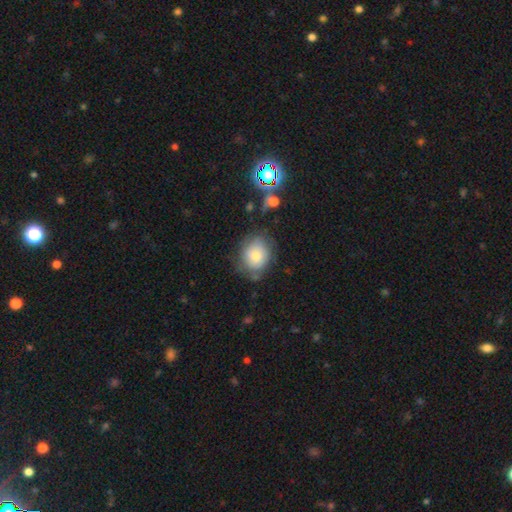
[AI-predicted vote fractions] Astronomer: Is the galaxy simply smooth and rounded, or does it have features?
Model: smooth — 72%.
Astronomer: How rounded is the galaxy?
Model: round — 62% (runner-up: in between, 37%).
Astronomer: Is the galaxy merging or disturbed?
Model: none — 63%.